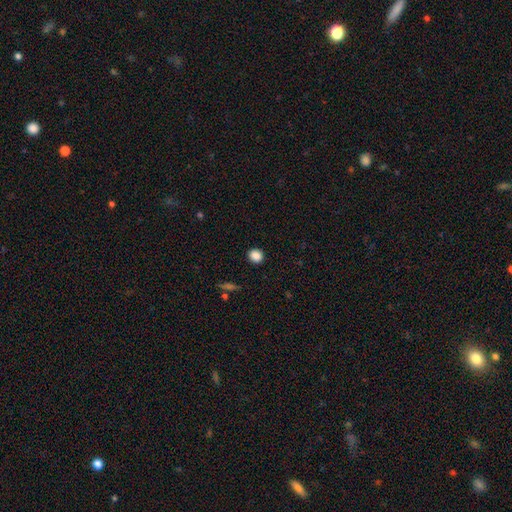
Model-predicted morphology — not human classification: A smooth galaxy with no disk features (87%) that is round (80%). Merging: none (91%).